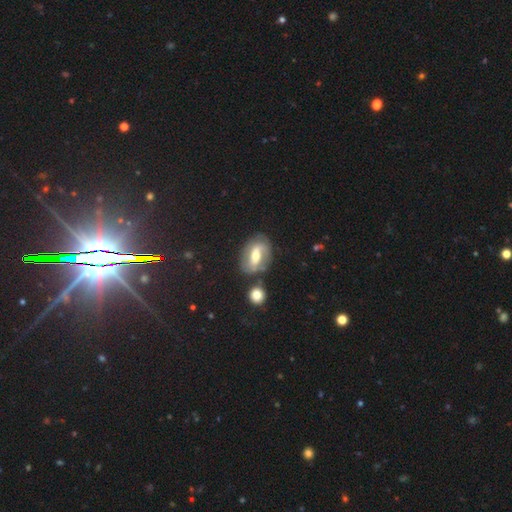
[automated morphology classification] Overall: featured or disk (61%; smooth 31%). Edge-on disk: no (92%). Bar: strong (41%; weak 40%). Spiral arms: yes (72%). Bulge size: moderate (68%). Merging: none (66%).